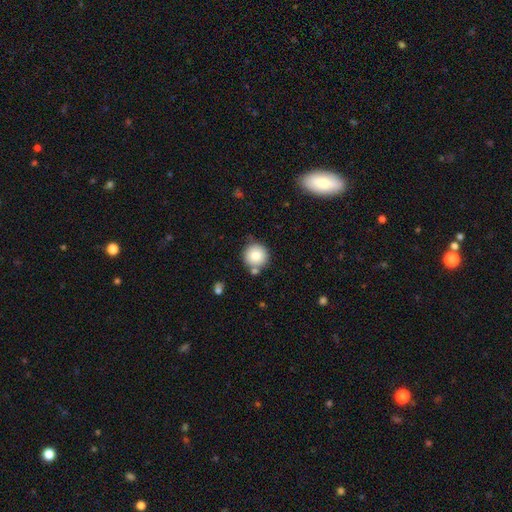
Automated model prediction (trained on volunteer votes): Smooth or featured?
  - smooth: 84% *
  - star or artifact: 9%
  - featured or disk: 8%
How rounded?
  - round: 94% *
  - in between: 5%
  - cigar-shaped: 1%
Merging?
  - none: 74% *
  - minor disturbance: 11%
  - merger: 11%
  - major disturbance: 3%